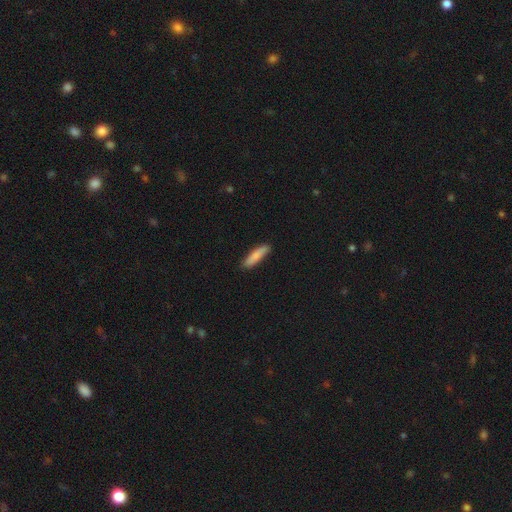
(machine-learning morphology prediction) Smooth or featured? smooth (83%)
How rounded? cigar-shaped (76%)
Merging? none (86%)